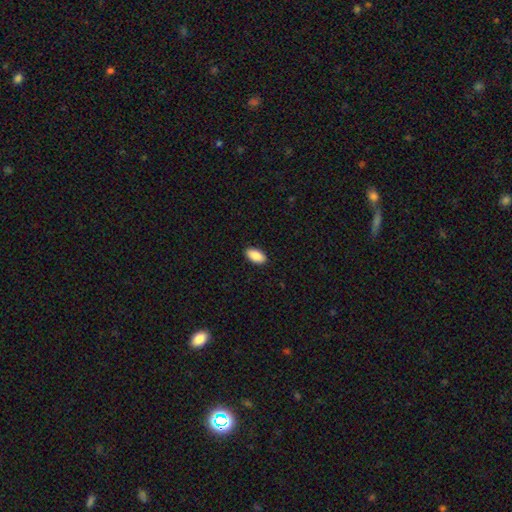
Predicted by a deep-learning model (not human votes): A smooth galaxy with no disk features (90%) that is in between round and cigar-shaped (94%). Merging: none (90%).